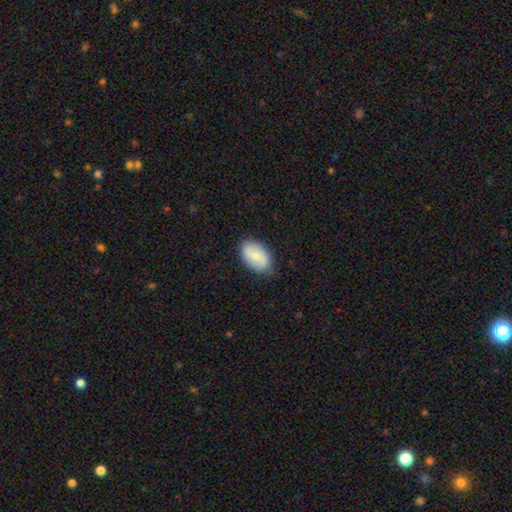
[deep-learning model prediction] The model was most divided on "smooth or featured": smooth: 66%, featured or disk: 28%, star or artifact: 6%. More confident: how rounded — in between (90%); merging — none (80%).